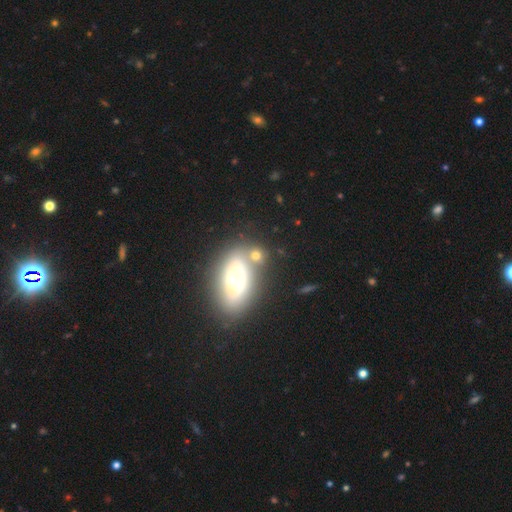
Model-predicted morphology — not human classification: This appears to be a smooth galaxy with no disk features (55%) that is in between round and cigar-shaped (54%). Merging: none (56%).